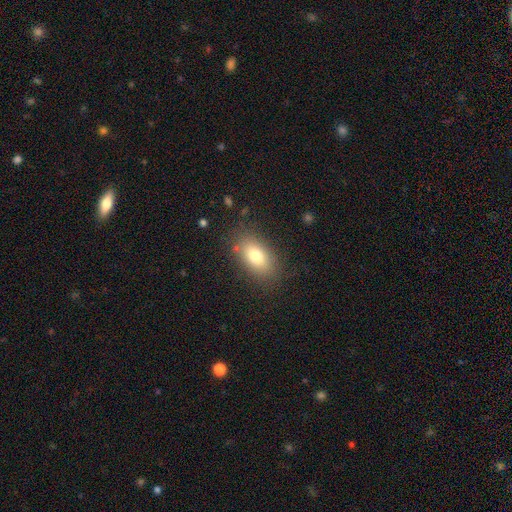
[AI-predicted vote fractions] Q: Smooth or featured?
A: smooth (78%); runner-up: featured or disk (13%)
Q: How rounded?
A: in between (88%); runner-up: round (9%)
Q: Merging?
A: none (81%); runner-up: minor disturbance (12%)